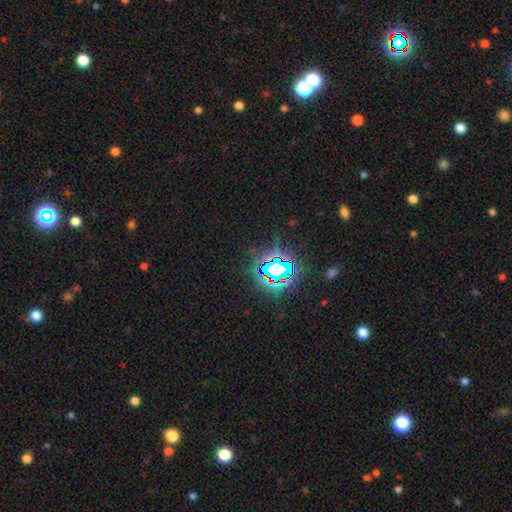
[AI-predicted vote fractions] Q: Smooth or featured?
A: star or artifact (83%); runner-up: smooth (11%)